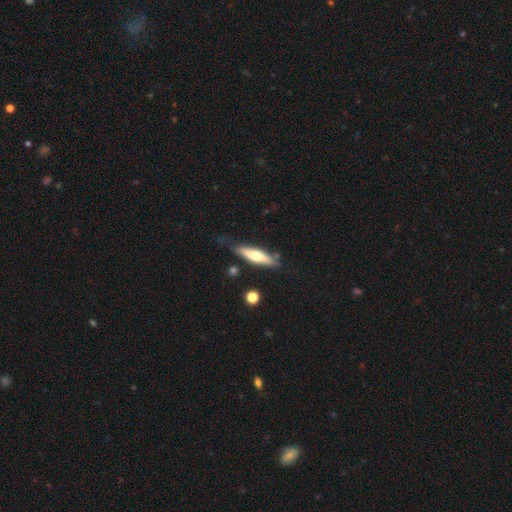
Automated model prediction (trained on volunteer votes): The model was most divided on "smooth or featured": smooth: 48%, featured or disk: 47%, star or artifact: 5%. More confident: merging — none (67%).